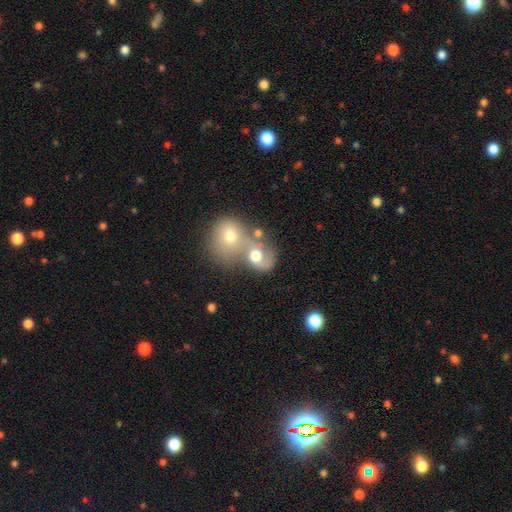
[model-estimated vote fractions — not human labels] Smooth or featured? Predicted: smooth (p=0.51). How rounded? Predicted: round (p=0.60). Merging? Predicted: merger (p=0.69).